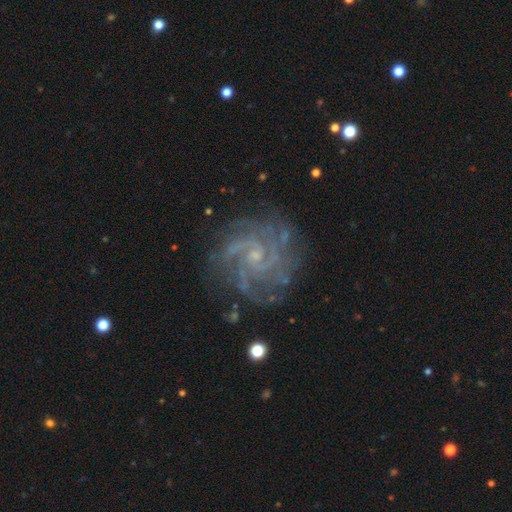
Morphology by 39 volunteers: Smooth or featured? featured or disk (87%)
Edge-on disk? no (100%)
Bar? no (65%)
Spiral arms? yes (100%)
Spiral winding? tight (56%)
Spiral arm count? 3 (68%)
Bulge size? small (79%)
Merging? none (86%)